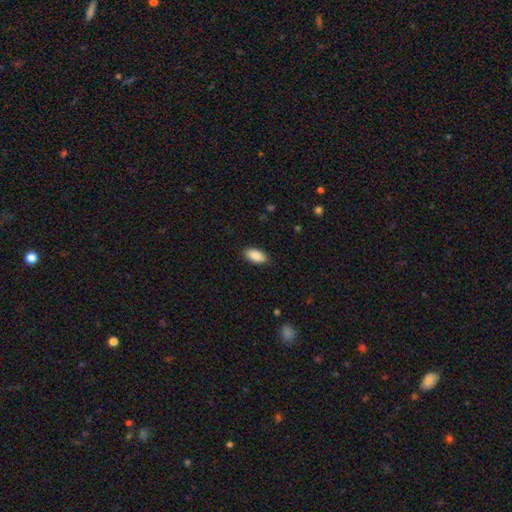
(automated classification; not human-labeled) smooth_or_featured: smooth (p=0.90) [alt: star or artifact p=0.06]
how_rounded: in between (p=0.93) [alt: cigar-shaped p=0.05]
merging: none (p=0.88) [alt: minor disturbance p=0.09]